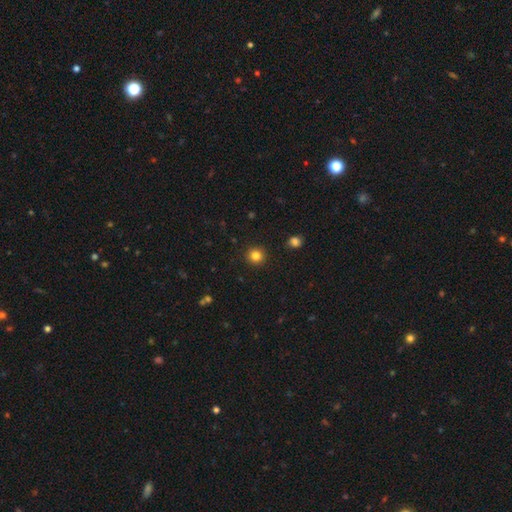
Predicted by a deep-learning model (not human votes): The model was most divided on "smooth or featured": smooth: 83%, star or artifact: 12%, featured or disk: 5%. More confident: how rounded — round (94%); merging — none (92%).